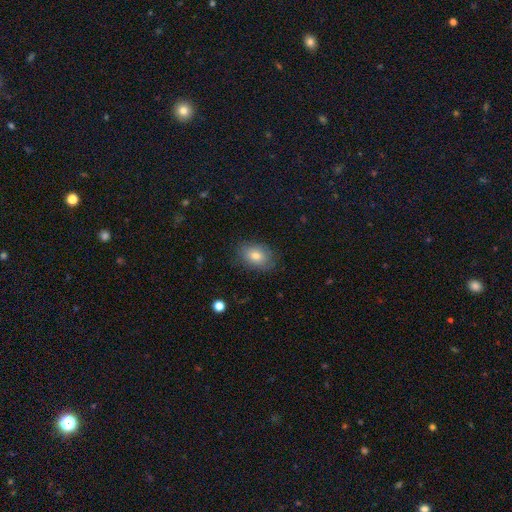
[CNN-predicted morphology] smooth_or_featured: smooth (p=0.74) [alt: featured or disk p=0.16]
how_rounded: in between (p=0.77) [alt: round p=0.22]
merging: none (p=0.79) [alt: minor disturbance p=0.15]